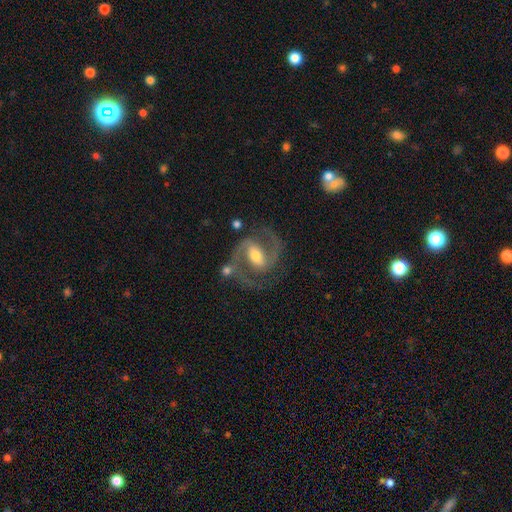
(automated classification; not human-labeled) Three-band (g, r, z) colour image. It shows a featured or disk galaxy (92%) with a weak bar (44%), 2 (94%) medium (67%) spiral arms (98%) and a moderate central bulge (64%). Merging: none (72%).